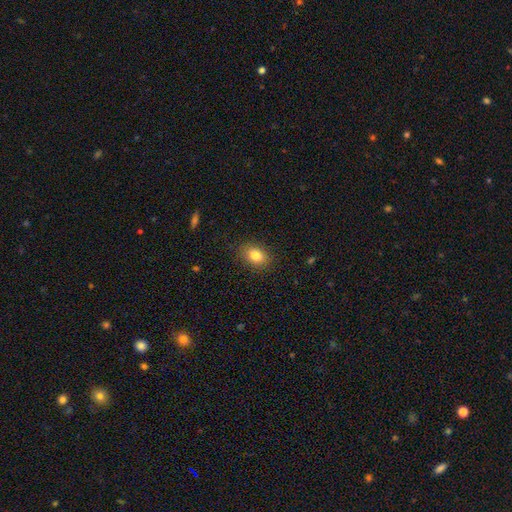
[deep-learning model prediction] smooth-or-featured: smooth: 83% | star or artifact: 9% | featured or disk: 8%
  how-rounded: in between: 76% | round: 22% | cigar-shaped: 1%
  merging: none: 86% | minor disturbance: 10% | major disturbance: 3% | merger: 1%